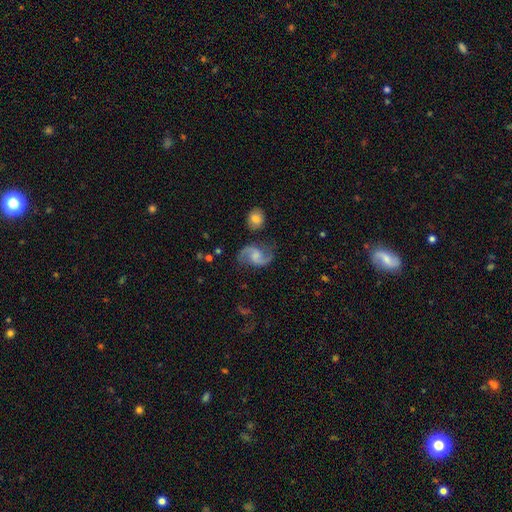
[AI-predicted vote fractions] Smooth or featured? Predicted: featured or disk (p=0.86). Edge-on disk? Predicted: no (p=0.98). Bar? Predicted: no (p=0.46). Spiral arms? Predicted: yes (p=0.97). Spiral winding? Predicted: loose (p=0.58). Spiral arm count? Predicted: 2 (p=0.94). Bulge size? Predicted: moderate (p=0.33). Merging? Predicted: none (p=0.76).